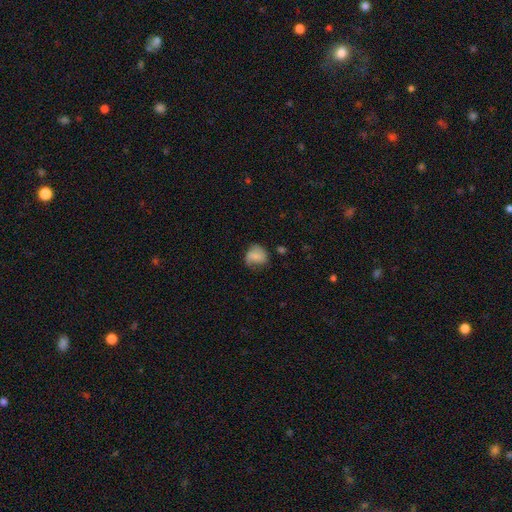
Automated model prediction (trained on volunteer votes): Smooth or featured? Predicted: smooth (p=0.69). How rounded? Predicted: round (p=0.64). Merging? Predicted: none (p=0.53).